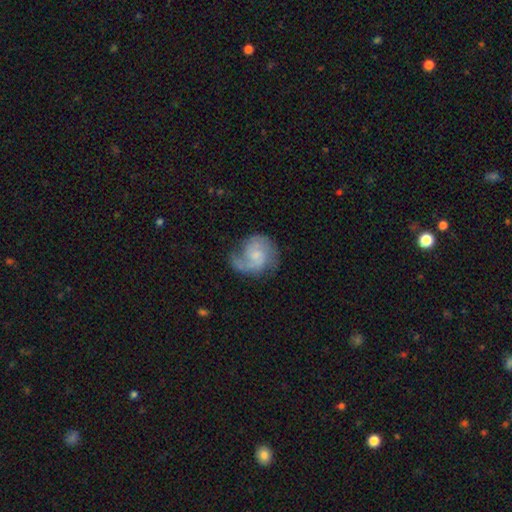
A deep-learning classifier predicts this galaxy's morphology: Smooth or featured: featured or disk — 74% (smooth — 20%)
Edge-on disk: no — 98% (yes — 2%)
Bar: no — 64% (weak — 32%)
Spiral arms: yes — 93% (no — 7%)
Spiral winding: medium — 46% (loose — 30%)
Spiral arm count: 2 — 59% (1 — 25%)
Bulge size: small — 54% (moderate — 25%)
Merging: none — 55% (minor disturbance — 23%)